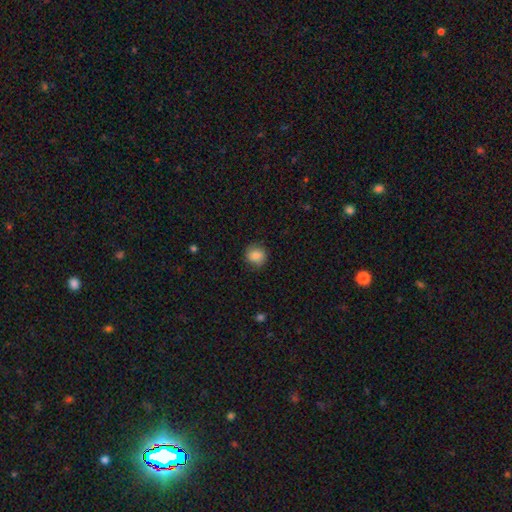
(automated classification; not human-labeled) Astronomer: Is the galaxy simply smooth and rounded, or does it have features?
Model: smooth — 83%.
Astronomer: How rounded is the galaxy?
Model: round — 83%.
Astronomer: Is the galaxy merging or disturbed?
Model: none — 83%.